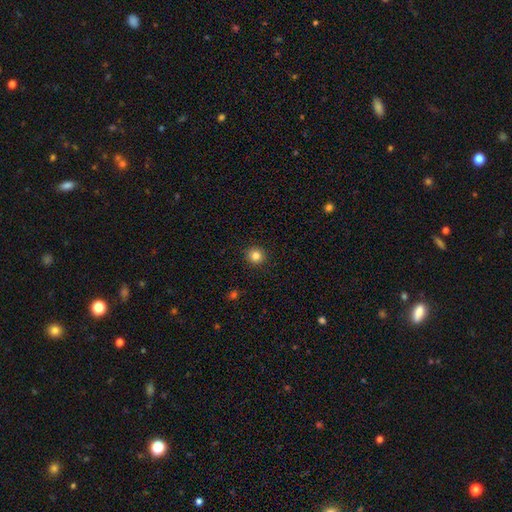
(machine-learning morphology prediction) type=smooth (83%); roundness=round (94%); merging=none (93%).